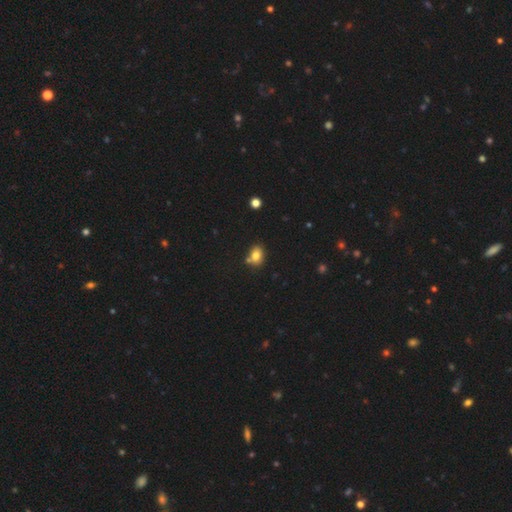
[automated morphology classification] Smooth or featured? smooth (79%)
How rounded? in between (57%)
Merging? none (65%)